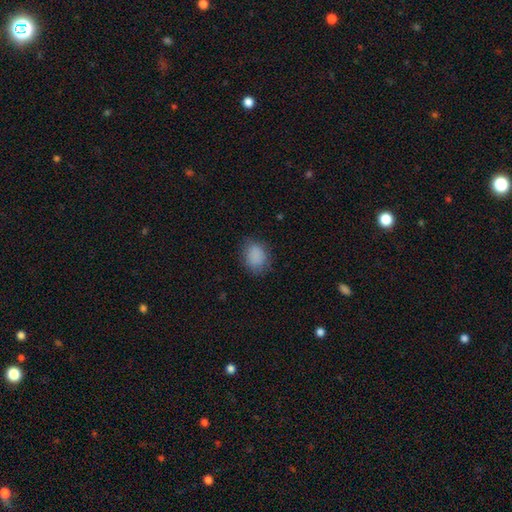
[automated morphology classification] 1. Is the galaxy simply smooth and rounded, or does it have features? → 86% smooth, 9% star or artifact, 5% featured or disk.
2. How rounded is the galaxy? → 52% in between, 47% round, 1% cigar-shaped.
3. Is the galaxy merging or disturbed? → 76% none, 18% minor disturbance, 5% major disturbance, 1% merger.